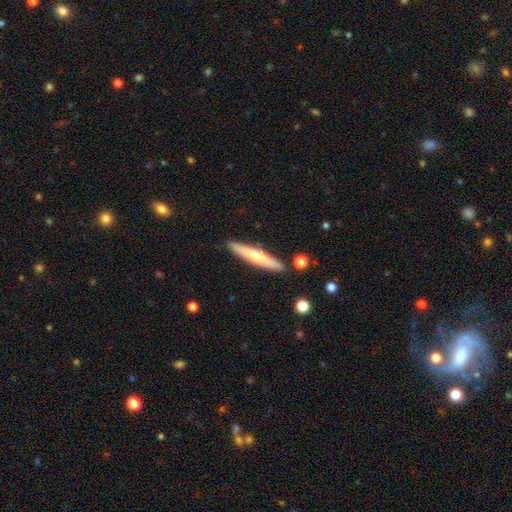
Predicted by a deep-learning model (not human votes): Smooth or featured: smooth — 49% (featured or disk — 45%)
Merging: none — 88% (minor disturbance — 8%)